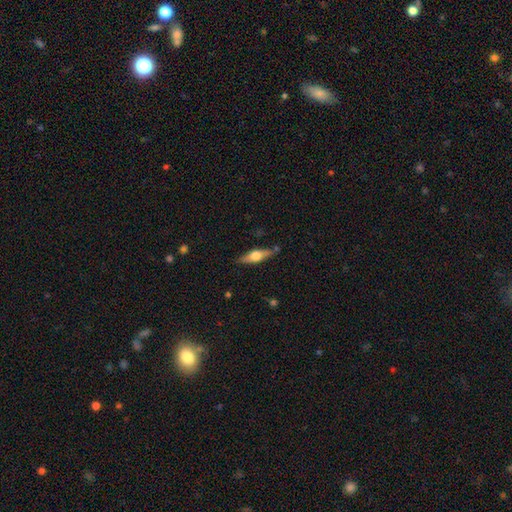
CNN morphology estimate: Q: Smooth or featured?
A: featured or disk (61%); runner-up: smooth (33%)
Q: Edge-on disk?
A: yes (95%); runner-up: no (5%)
Q: Edge-on bulge?
A: rounded (92%); runner-up: boxy (6%)
Q: Merging?
A: none (82%); runner-up: minor disturbance (13%)